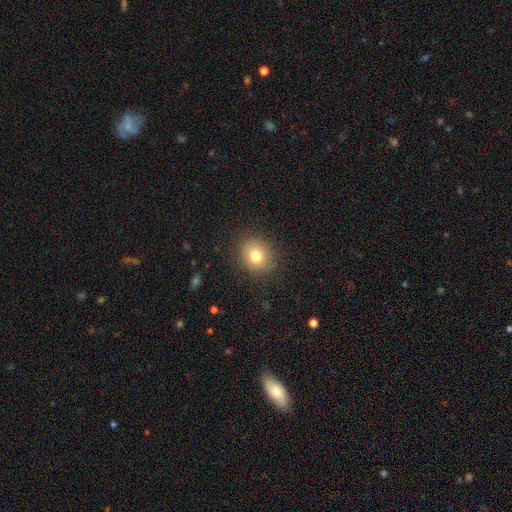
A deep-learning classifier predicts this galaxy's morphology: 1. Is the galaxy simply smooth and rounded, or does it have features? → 78% smooth, 11% star or artifact, 11% featured or disk.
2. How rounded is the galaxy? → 69% round, 30% in between, 1% cigar-shaped.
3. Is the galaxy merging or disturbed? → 85% none, 10% minor disturbance, 4% major disturbance, 1% merger.